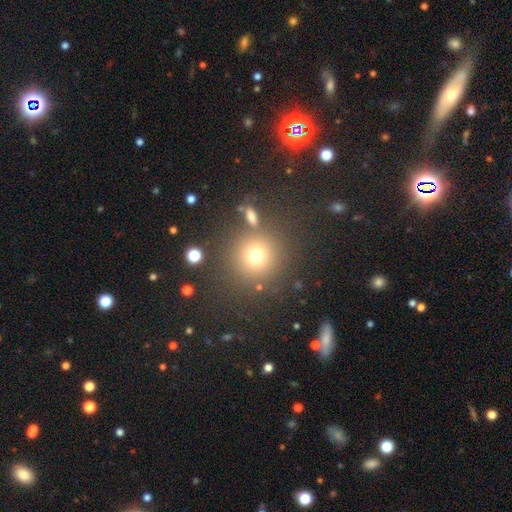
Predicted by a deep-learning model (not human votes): A smooth galaxy with no disk features (73%) that is round (93%). Merging: none (79%).